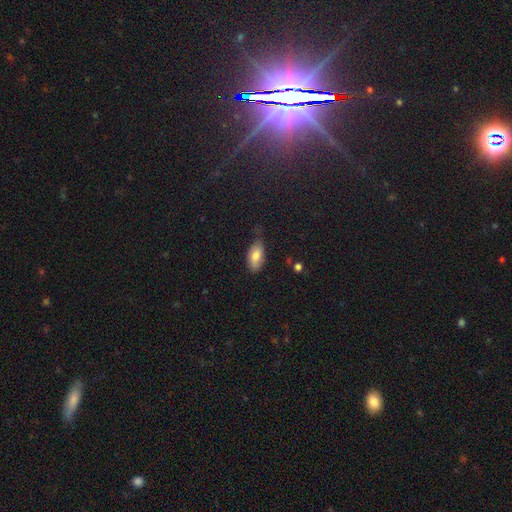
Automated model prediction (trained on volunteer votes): Q: Smooth or featured?
A: smooth (77%); runner-up: featured or disk (15%)
Q: How rounded?
A: in between (90%); runner-up: cigar-shaped (7%)
Q: Merging?
A: none (63%); runner-up: minor disturbance (29%)